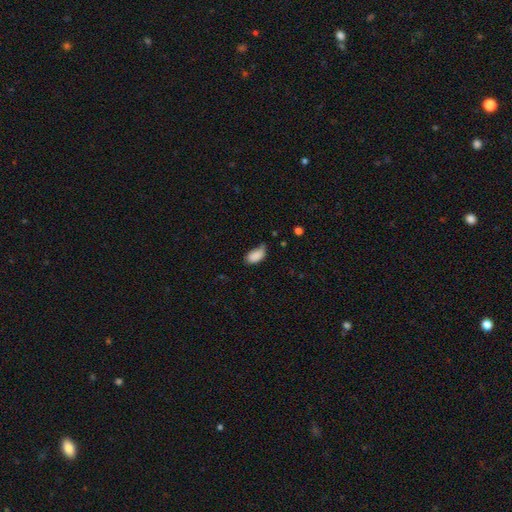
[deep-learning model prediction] A smooth galaxy with no disk features (87%) that is in between round and cigar-shaped (94%). Merging: none (50%).